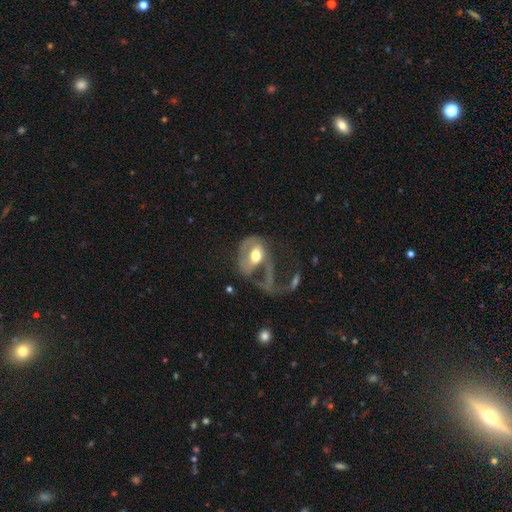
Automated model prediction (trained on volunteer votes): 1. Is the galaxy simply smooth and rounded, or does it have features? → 58% featured or disk, 35% smooth, 7% star or artifact.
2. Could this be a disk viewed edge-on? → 95% no, 5% yes.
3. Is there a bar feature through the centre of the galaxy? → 57% no, 29% weak, 14% strong.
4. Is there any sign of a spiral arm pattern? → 53% no, 47% yes.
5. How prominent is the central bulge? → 63% moderate, 27% large, 6% small, 2% dominant, 2% none.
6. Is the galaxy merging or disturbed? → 61% major disturbance, 17% none, 13% minor disturbance, 9% merger.